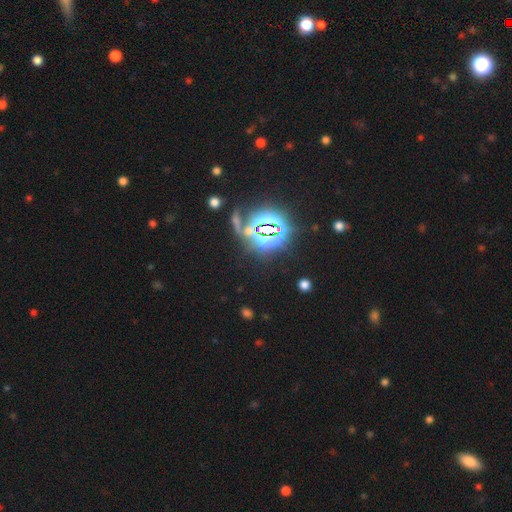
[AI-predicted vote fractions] Smooth or featured? star or artifact (82%)